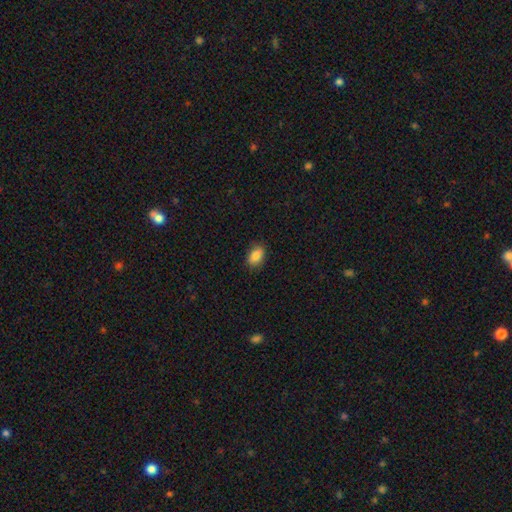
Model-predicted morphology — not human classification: smooth 84%, star or artifact 8%, featured or disk 7%. Down the decision tree: how rounded — in between (85%); merging — none (83%).